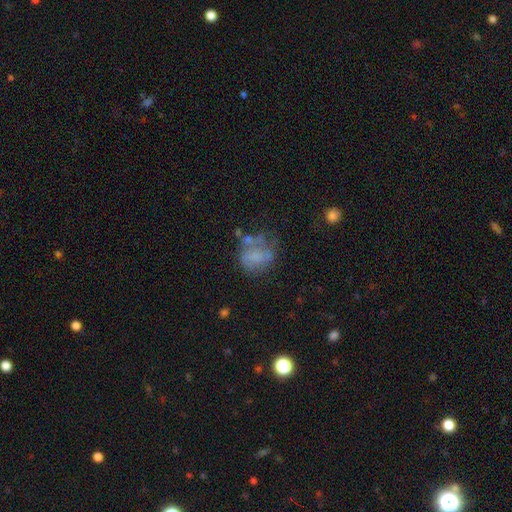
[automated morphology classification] Q: Smooth or featured?
A: smooth (46%); runner-up: featured or disk (40%)
Q: Merging?
A: none (37%); runner-up: major disturbance (26%)